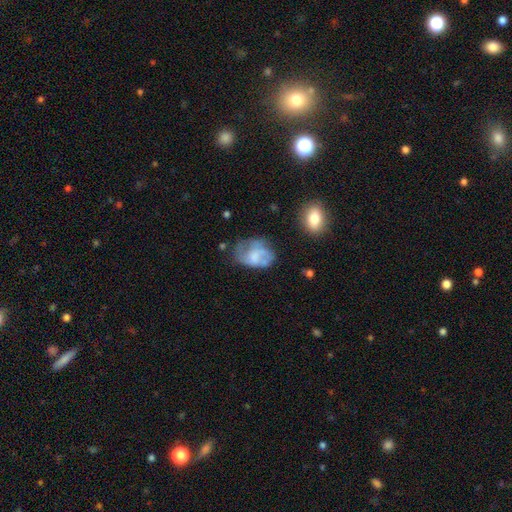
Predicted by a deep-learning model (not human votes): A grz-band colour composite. It shows a smooth galaxy with no disk features (46%). Merging: none (38%).